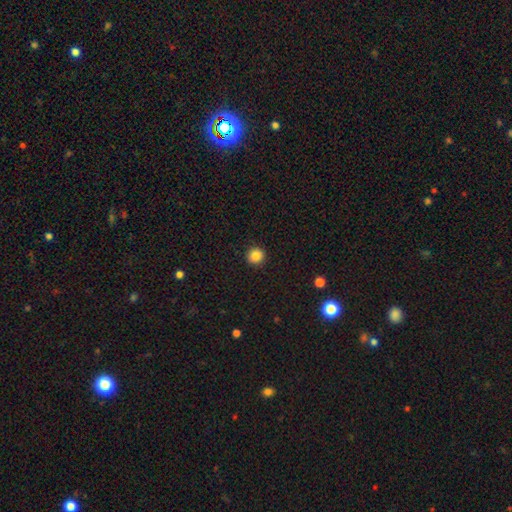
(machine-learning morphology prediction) Smooth or featured?
  - smooth: 85% *
  - star or artifact: 10%
  - featured or disk: 4%
How rounded?
  - round: 94% *
  - in between: 5%
  - cigar-shaped: 1%
Merging?
  - none: 93% *
  - minor disturbance: 5%
  - major disturbance: 2%
  - merger: 1%